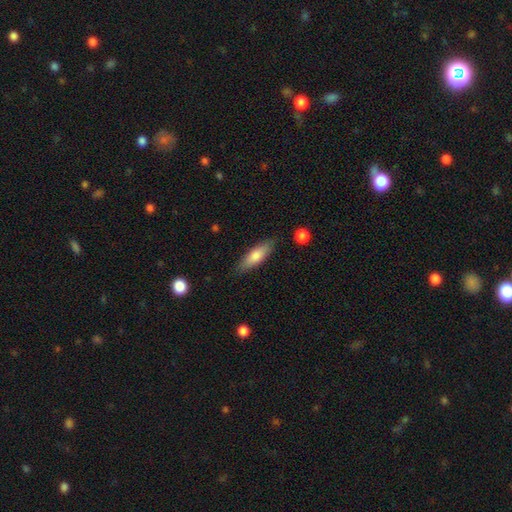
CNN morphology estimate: Smooth or featured? Predicted: smooth (p=0.74). How rounded? Predicted: in between (p=0.50). Merging? Predicted: none (p=0.84).